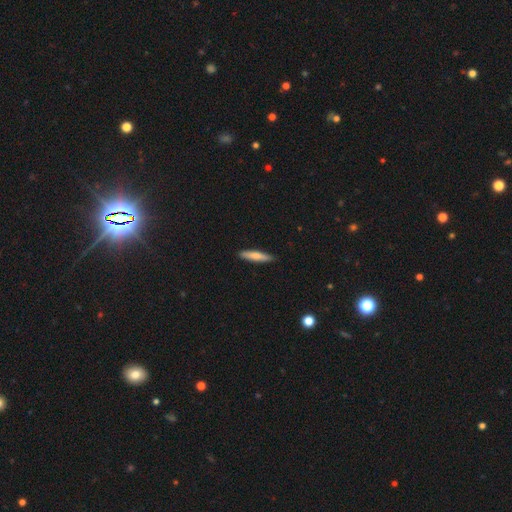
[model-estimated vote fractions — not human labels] smooth_or_featured: smooth (p=0.73) [alt: featured or disk p=0.22]
how_rounded: cigar-shaped (p=0.86) [alt: in between p=0.12]
merging: none (p=0.90) [alt: minor disturbance p=0.08]